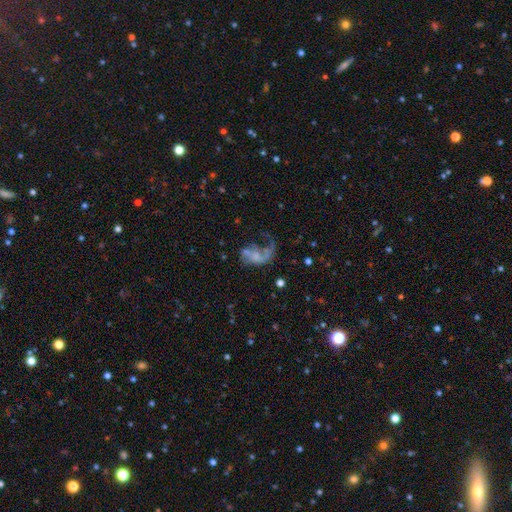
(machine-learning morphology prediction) A featured or disk galaxy (63%) with no bar (73%), spiral arms (63%) and no central bulge (51%). Merging: major disturbance (51%).